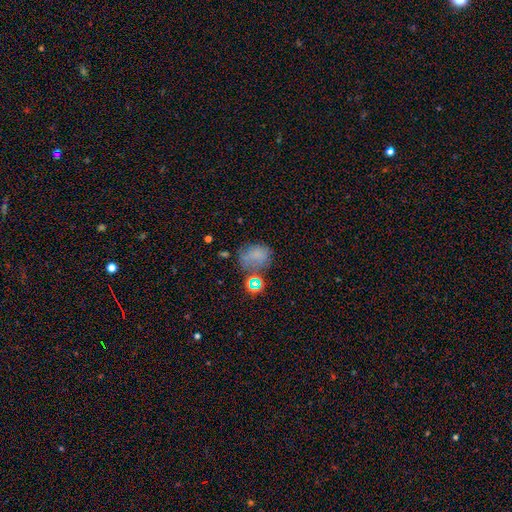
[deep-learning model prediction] This appears to be a smooth galaxy with no disk features (63%) that is in between round and cigar-shaped (56%). Merging: none (40%).